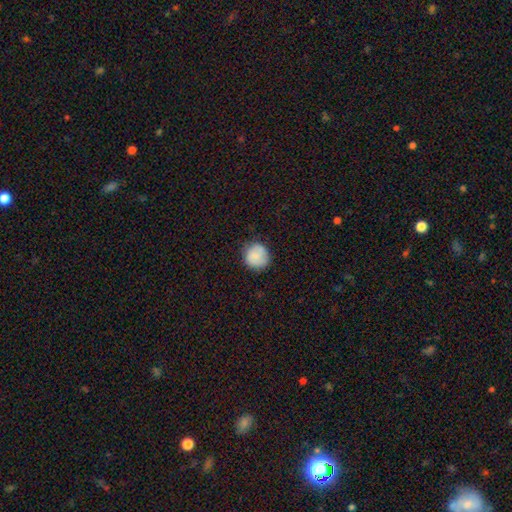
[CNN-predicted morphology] smooth-or-featured: smooth: 85% | featured or disk: 8% | star or artifact: 7%
  how-rounded: round: 91% | in between: 8% | cigar-shaped: 1%
  merging: none: 80% | minor disturbance: 16% | major disturbance: 3% | merger: 1%